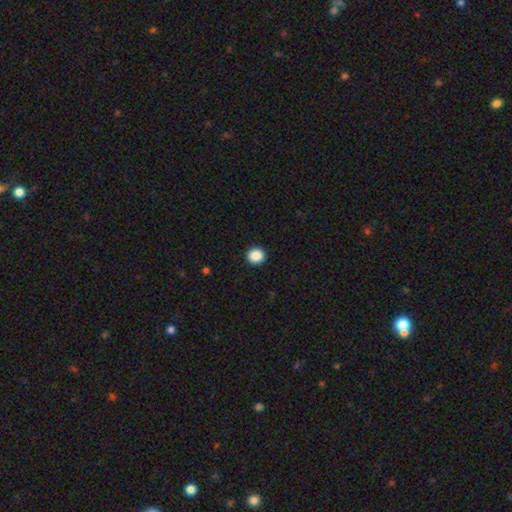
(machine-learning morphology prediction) A smooth galaxy with no disk features (88%) that is round (89%). Merging: none (93%).